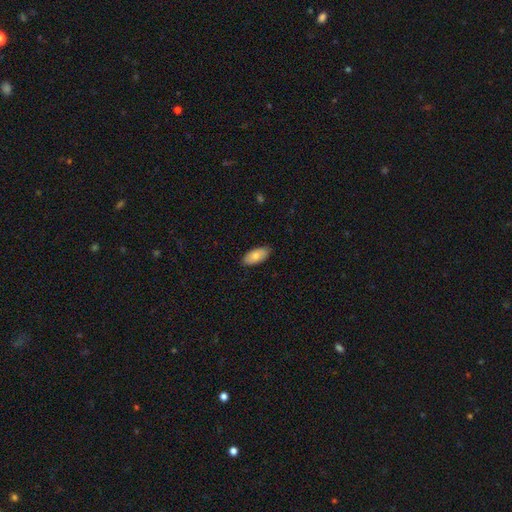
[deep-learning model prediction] Smooth or featured? Predicted: smooth (p=0.77). How rounded? Predicted: in between (p=0.93). Merging? Predicted: none (p=0.87).